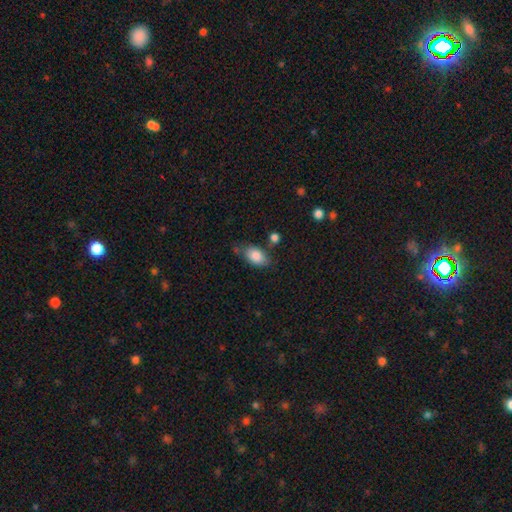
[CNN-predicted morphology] Smooth or featured?
  - smooth: 85% *
  - featured or disk: 8%
  - star or artifact: 7%
How rounded?
  - in between: 90% *
  - round: 8%
  - cigar-shaped: 2%
Merging?
  - none: 66% *
  - minor disturbance: 21%
  - merger: 8%
  - major disturbance: 5%